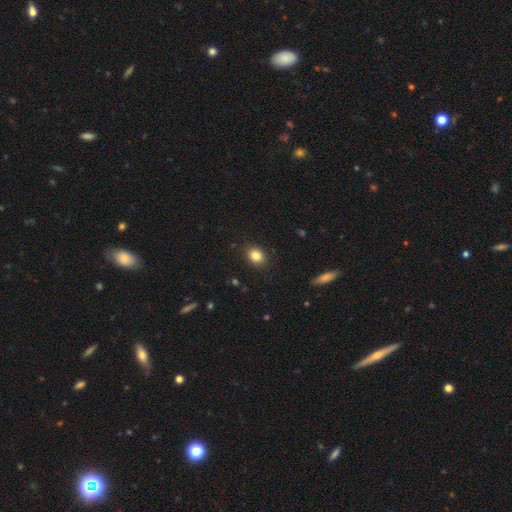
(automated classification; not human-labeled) smooth 84%, star or artifact 10%, featured or disk 6%. Down the decision tree: how rounded — in between (50%); merging — none (89%).